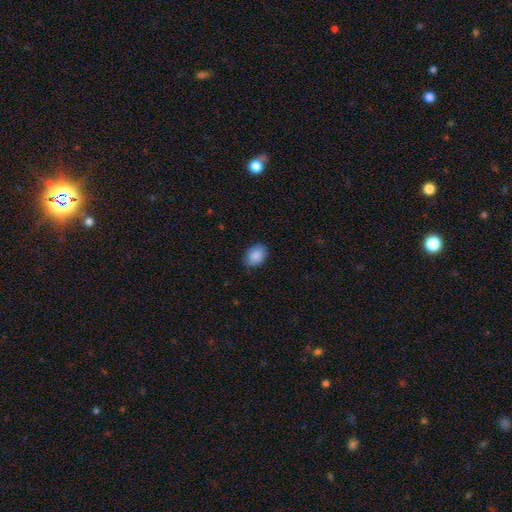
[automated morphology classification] This is clearly a smooth galaxy (88%). How rounded: likely in between (72%). Merging: clearly none (82%).